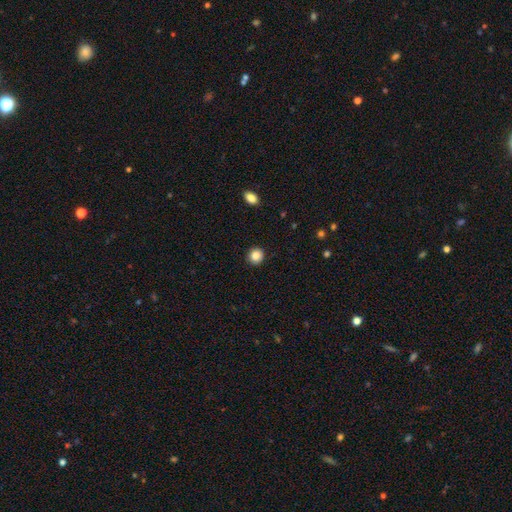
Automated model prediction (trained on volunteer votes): smooth-or-featured: smooth: 86% | star or artifact: 10% | featured or disk: 4%
  how-rounded: round: 91% | in between: 8% | cigar-shaped: 1%
  merging: none: 91% | minor disturbance: 6% | major disturbance: 2% | merger: 1%